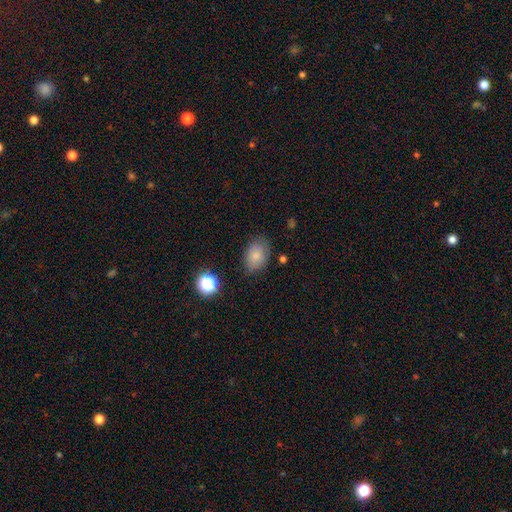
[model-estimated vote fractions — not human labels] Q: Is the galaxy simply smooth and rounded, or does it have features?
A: smooth — 79%.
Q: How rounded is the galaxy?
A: in between — 71%.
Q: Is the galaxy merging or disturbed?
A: none — 70%.